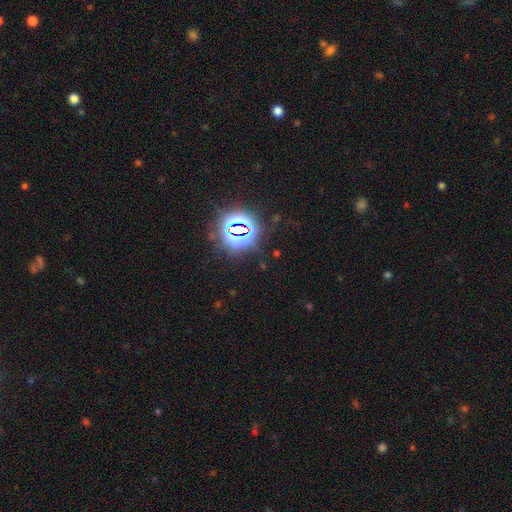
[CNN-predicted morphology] Smooth or featured? star or artifact (83%)